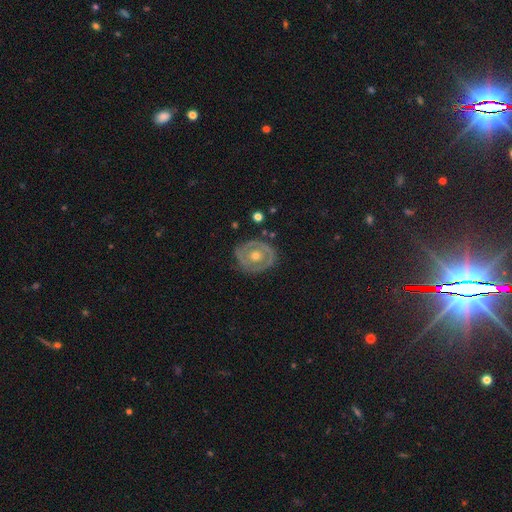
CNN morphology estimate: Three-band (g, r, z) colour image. It shows a featured or disk galaxy (71%) with no bar (82%), no spiral arms (56%) and a moderate central bulge (72%). Merging: none (79%).